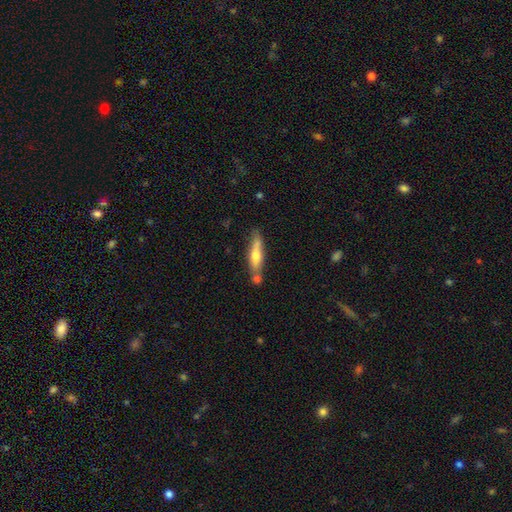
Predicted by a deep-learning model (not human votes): Smooth or featured? Predicted: smooth (p=0.55). How rounded? Predicted: cigar-shaped (p=0.75). Merging? Predicted: none (p=0.61).